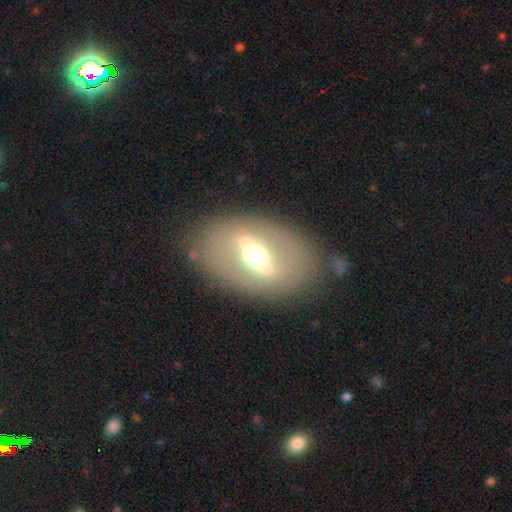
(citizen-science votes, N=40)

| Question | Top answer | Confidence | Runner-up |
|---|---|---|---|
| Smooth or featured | featured or disk | 80% | smooth (12%) |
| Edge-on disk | no | 75% | yes (25%) |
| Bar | strong | 58% | weak (33%) |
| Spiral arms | no | 88% | yes (12%) |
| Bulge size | moderate | 75% | small (17%) |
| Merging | none | 78% | minor disturbance (14%) |